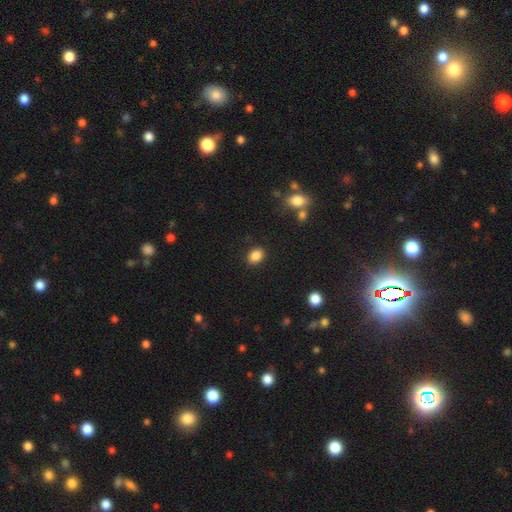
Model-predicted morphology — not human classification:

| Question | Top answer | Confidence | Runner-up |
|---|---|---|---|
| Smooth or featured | smooth | 87% | star or artifact (9%) |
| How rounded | in between | 69% | round (29%) |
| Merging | none | 86% | minor disturbance (10%) |